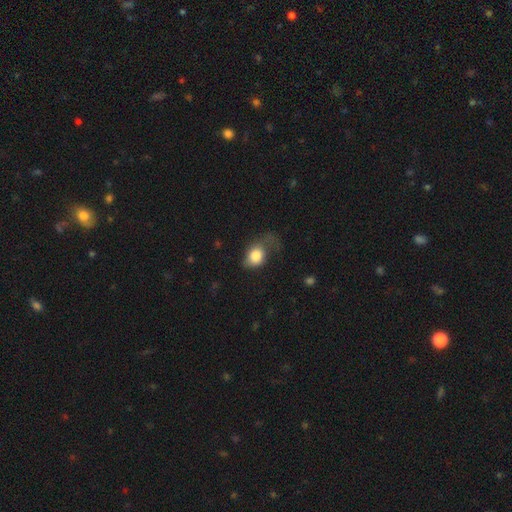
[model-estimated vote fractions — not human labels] This is likely a smooth galaxy (79%). How rounded: possibly in between (57%). Merging: marginally major disturbance (44%).